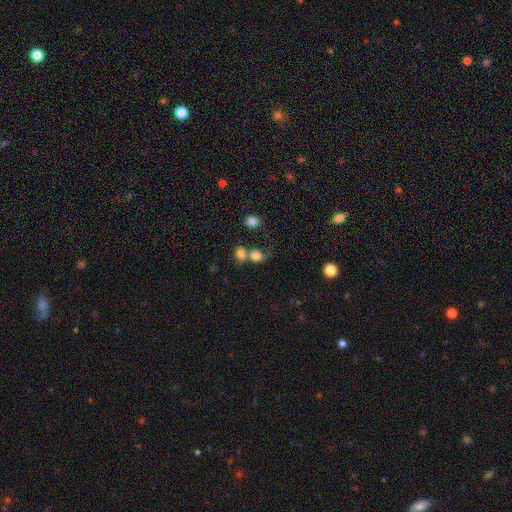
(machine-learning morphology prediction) The model was most divided on "merging": merger: 47%, none: 39%, minor disturbance: 9%, major disturbance: 5%. More confident: smooth or featured — smooth (81%); how rounded — round (63%).